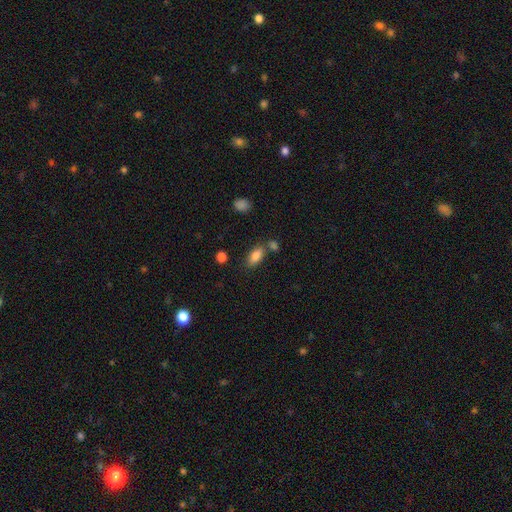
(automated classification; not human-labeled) Smooth or featured? Predicted: smooth (p=0.84). How rounded? Predicted: in between (p=0.87). Merging? Predicted: none (p=0.67).